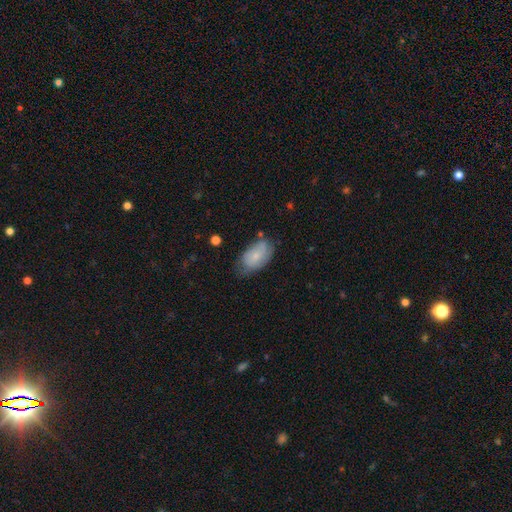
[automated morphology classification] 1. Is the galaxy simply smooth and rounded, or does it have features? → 73% smooth, 20% featured or disk, 7% star or artifact.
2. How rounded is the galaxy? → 93% in between, 5% round, 2% cigar-shaped.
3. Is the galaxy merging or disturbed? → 56% none, 32% minor disturbance, 8% major disturbance, 3% merger.